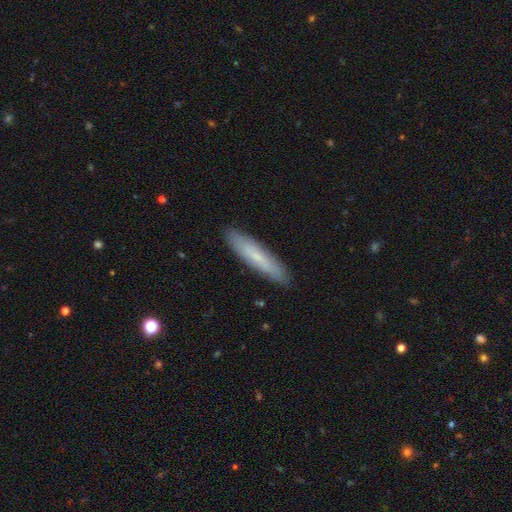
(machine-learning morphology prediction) smooth 59%, featured or disk 34%, star or artifact 7%. Down the decision tree: how rounded — cigar-shaped (85%); merging — none (89%).